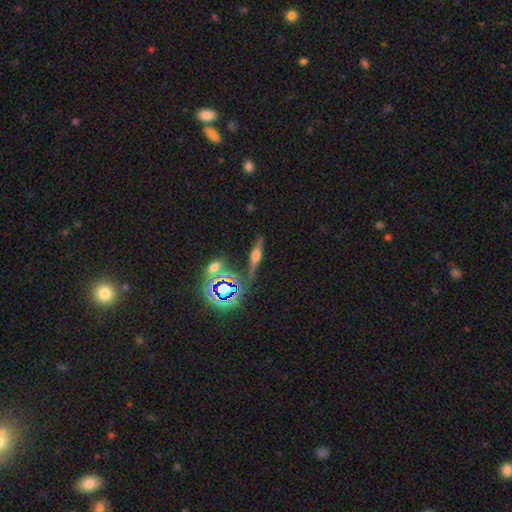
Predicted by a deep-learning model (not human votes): Overall: featured or disk (61%). Edge-on disk: yes (93%). Edge-on bulge: rounded (90%). Merging: none (81%).